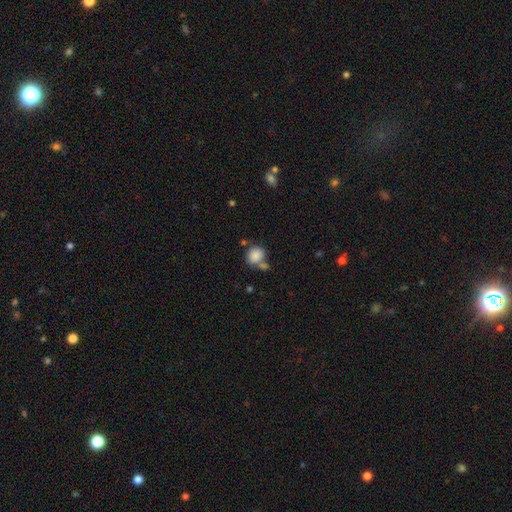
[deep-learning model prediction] A smooth galaxy with no disk features (86%) that is round (76%).

Vote fractions:
- Smooth or featured? smooth: 86% / star or artifact: 9% / featured or disk: 6%
- How rounded? round: 76% / in between: 23% / cigar-shaped: 1%
- Merging? none: 53% / merger: 29% / minor disturbance: 13% / major disturbance: 5%